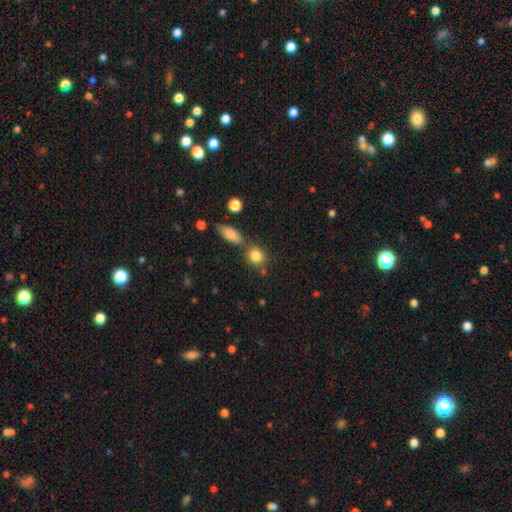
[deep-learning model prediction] smooth_or_featured: smooth (p=0.83) [alt: star or artifact p=0.09]
how_rounded: round (p=0.62) [alt: in between p=0.35]
merging: none (p=0.64) [alt: merger p=0.21]